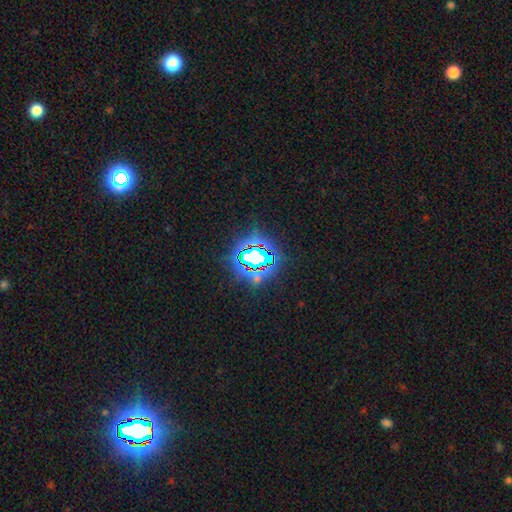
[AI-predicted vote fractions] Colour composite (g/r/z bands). It shows a star or artifact, not a galaxy (71%).